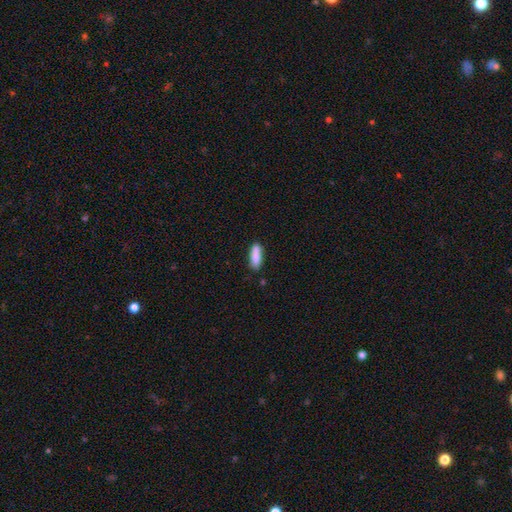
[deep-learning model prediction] The model was most divided on "how rounded": in between: 50%, cigar-shaped: 48%, round: 2%. More confident: smooth or featured — smooth (81%); merging — none (70%).